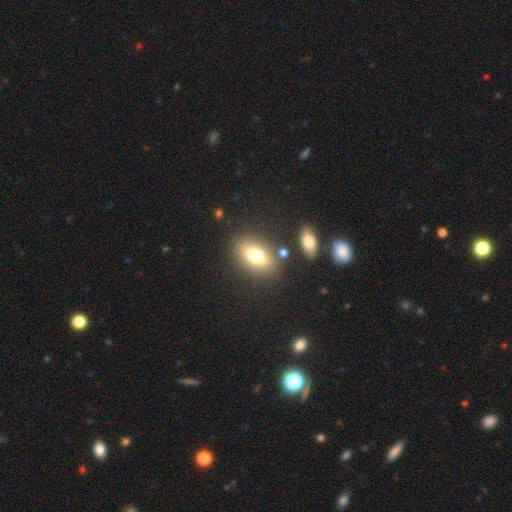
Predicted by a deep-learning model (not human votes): smooth_or_featured: smooth (p=0.71) [alt: featured or disk p=0.19]
how_rounded: in between (p=0.82) [alt: round p=0.12]
merging: none (p=0.79) [alt: minor disturbance p=0.10]